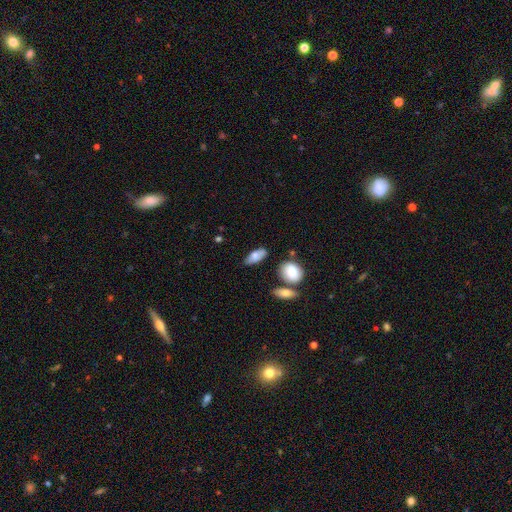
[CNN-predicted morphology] Overall: smooth (75%). How rounded: in between (83%). Merging: none (70%).